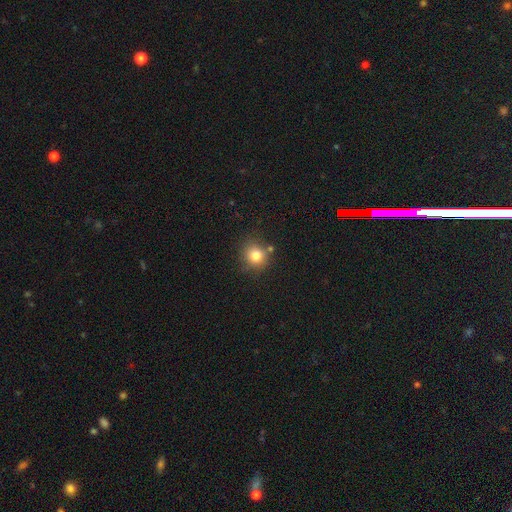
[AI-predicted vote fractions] Smooth or featured? smooth (80%)
How rounded? round (86%)
Merging? none (77%)